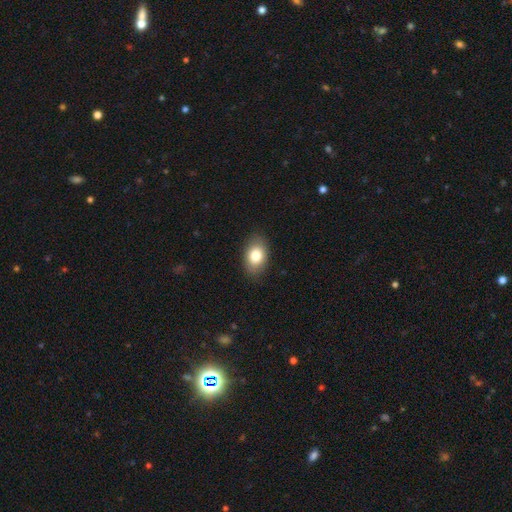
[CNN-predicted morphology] Smooth or featured? smooth (81%)
How rounded? in between (84%)
Merging? none (86%)